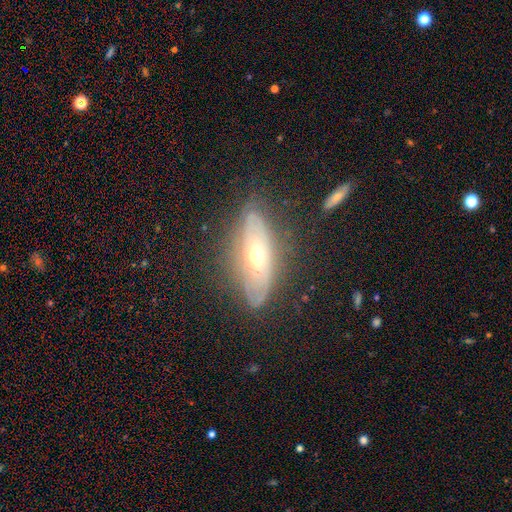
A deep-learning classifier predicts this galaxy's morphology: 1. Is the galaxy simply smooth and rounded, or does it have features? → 64% featured or disk, 27% smooth, 9% star or artifact.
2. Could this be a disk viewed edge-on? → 59% no, 41% yes.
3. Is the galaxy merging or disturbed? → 75% none, 17% minor disturbance, 6% major disturbance, 2% merger.